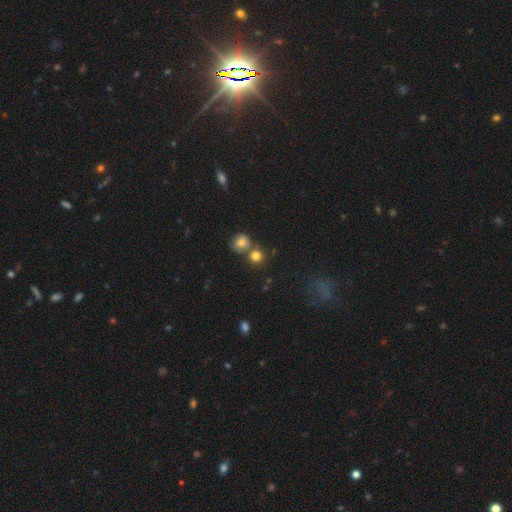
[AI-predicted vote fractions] Morphology: type=smooth (79%); roundness=round (88%); merging=none (59%).